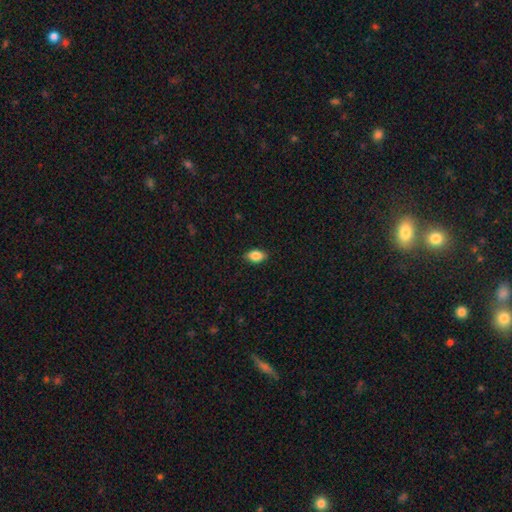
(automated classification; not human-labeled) Q: Smooth or featured?
A: smooth (86%); runner-up: star or artifact (8%)
Q: How rounded?
A: in between (88%); runner-up: round (9%)
Q: Merging?
A: none (86%); runner-up: minor disturbance (11%)